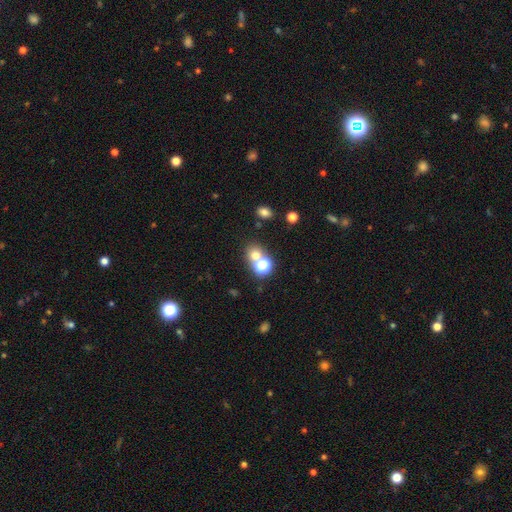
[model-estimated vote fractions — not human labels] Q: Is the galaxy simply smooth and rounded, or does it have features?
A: smooth — 63%.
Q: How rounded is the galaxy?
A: round — 77%.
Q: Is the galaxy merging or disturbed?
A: none — 55%.